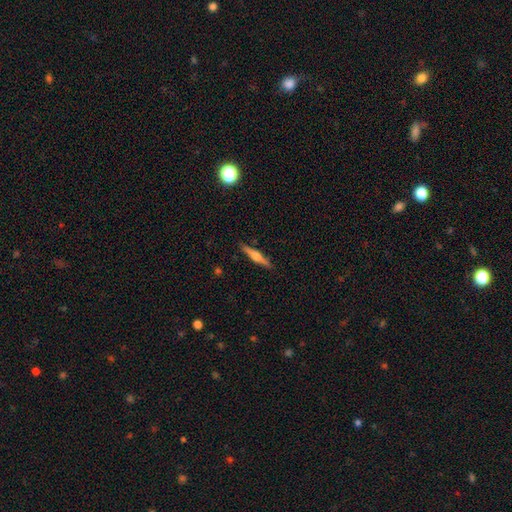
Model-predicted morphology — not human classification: Smooth or featured?
  - featured or disk: 64% *
  - smooth: 30%
  - star or artifact: 6%
Edge-on disk?
  - yes: 98% *
  - no: 2%
Edge-on bulge?
  - rounded: 86% *
  - boxy: 10%
  - none: 4%
Merging?
  - none: 90% *
  - minor disturbance: 7%
  - major disturbance: 2%
  - merger: 1%